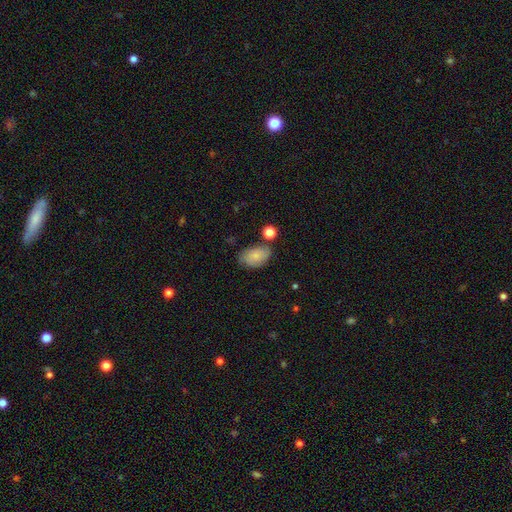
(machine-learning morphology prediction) type=smooth (77%); roundness=in between (89%); merging=none (63%).